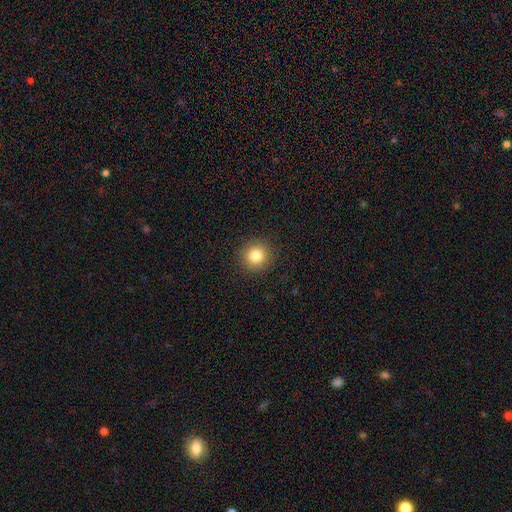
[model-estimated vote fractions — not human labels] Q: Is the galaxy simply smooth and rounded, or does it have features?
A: smooth — 83%.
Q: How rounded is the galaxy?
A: round — 93%.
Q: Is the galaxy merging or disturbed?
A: none — 91%.